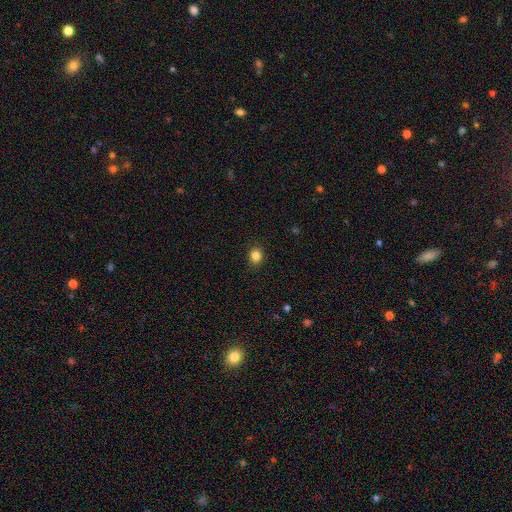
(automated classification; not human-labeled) This is clearly a smooth galaxy (84%). How rounded: likely round (72%). Merging: clearly none (90%).